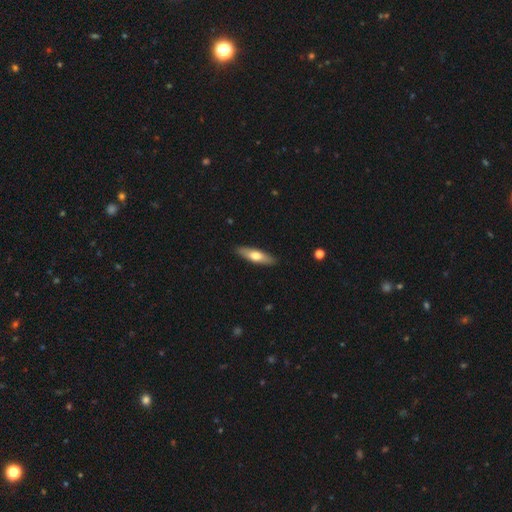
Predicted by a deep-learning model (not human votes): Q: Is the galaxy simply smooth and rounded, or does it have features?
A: smooth — 59%.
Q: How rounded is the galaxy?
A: cigar-shaped — 63%.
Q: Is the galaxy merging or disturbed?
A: none — 90%.